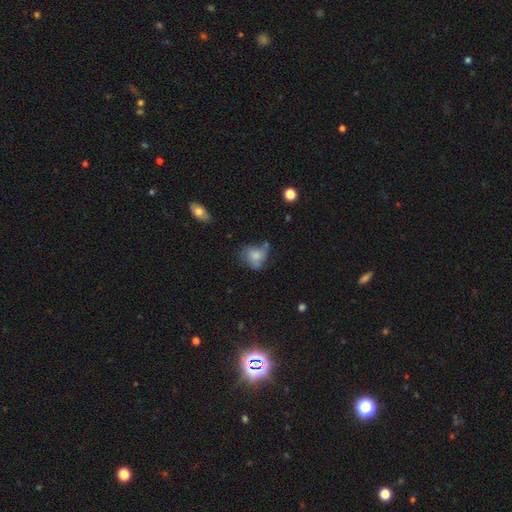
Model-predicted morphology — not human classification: smooth_or_featured: smooth (p=0.66) [alt: featured or disk p=0.23]
how_rounded: in between (p=0.50) [alt: round p=0.49]
merging: none (p=0.40) [alt: minor disturbance p=0.31]